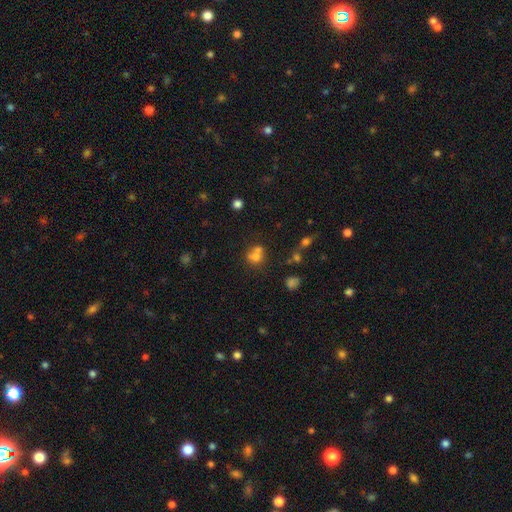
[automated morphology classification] Smooth or featured?
  - smooth: 68% *
  - featured or disk: 16%
  - star or artifact: 16%
How rounded?
  - round: 73% *
  - in between: 26%
  - cigar-shaped: 1%
Merging?
  - merger: 52% *
  - none: 35%
  - minor disturbance: 9%
  - major disturbance: 5%